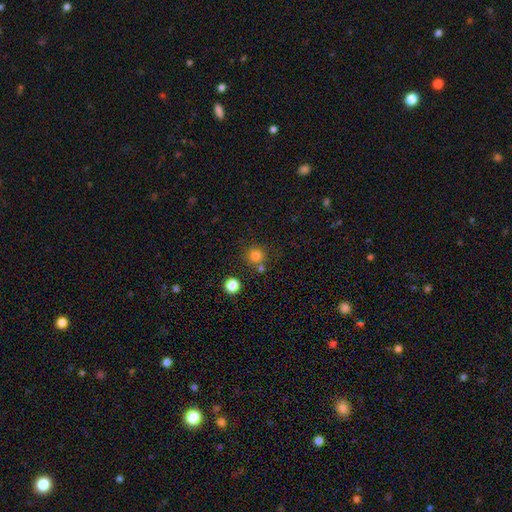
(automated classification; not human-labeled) Smooth or featured: smooth — 80% (star or artifact — 14%)
How rounded: round — 93% (in between — 6%)
Merging: none — 75% (merger — 13%)